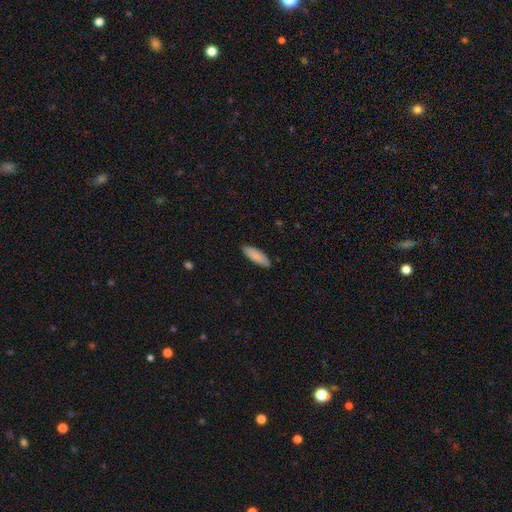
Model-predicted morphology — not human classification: Smooth or featured? smooth (87%)
How rounded? in between (60%)
Merging? none (87%)